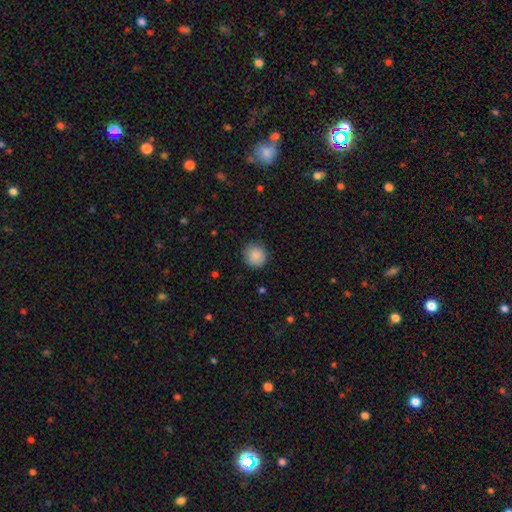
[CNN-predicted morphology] Smooth or featured? smooth (88%)
How rounded? round (92%)
Merging? none (86%)